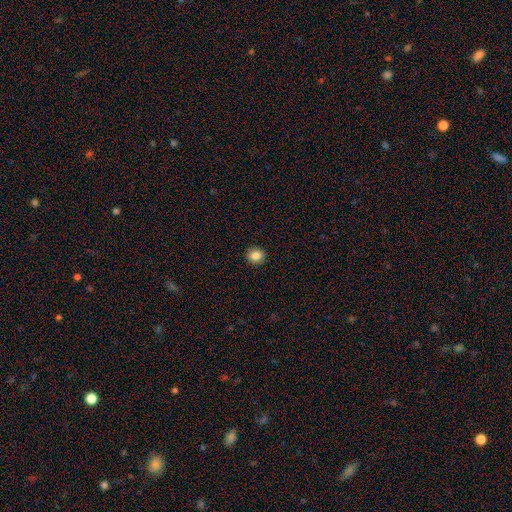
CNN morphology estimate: type=smooth (85%); roundness=round (84%); merging=none (92%).